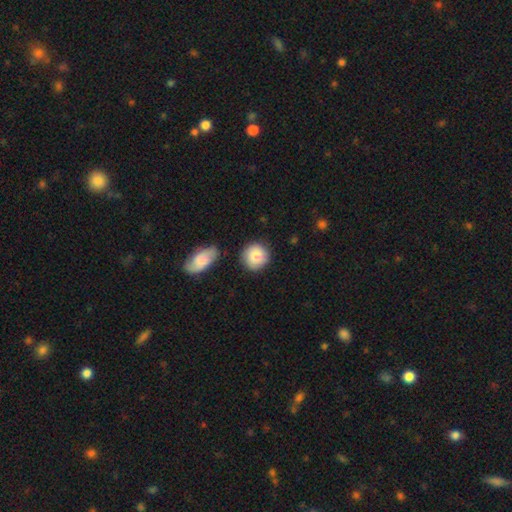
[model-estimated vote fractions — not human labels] A smooth galaxy with no disk features (84%) that is round (90%).

Vote fractions:
- Smooth or featured? smooth: 84% / featured or disk: 10% / star or artifact: 6%
- How rounded? round: 90% / in between: 9% / cigar-shaped: 1%
- Merging? none: 79% / minor disturbance: 13% / merger: 5% / major disturbance: 3%